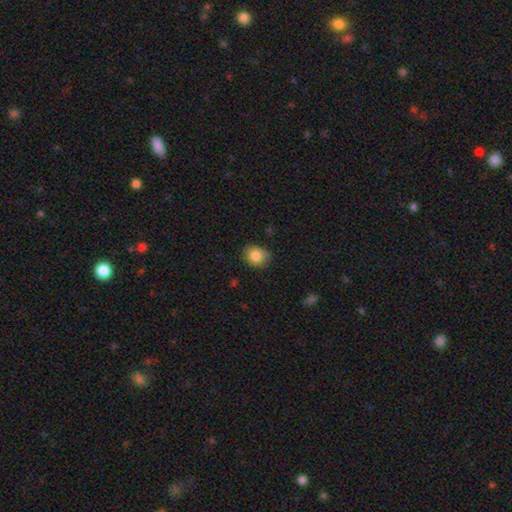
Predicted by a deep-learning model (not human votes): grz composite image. It shows a smooth galaxy with no disk features (85%) that is round (68%). Merging: none (75%).